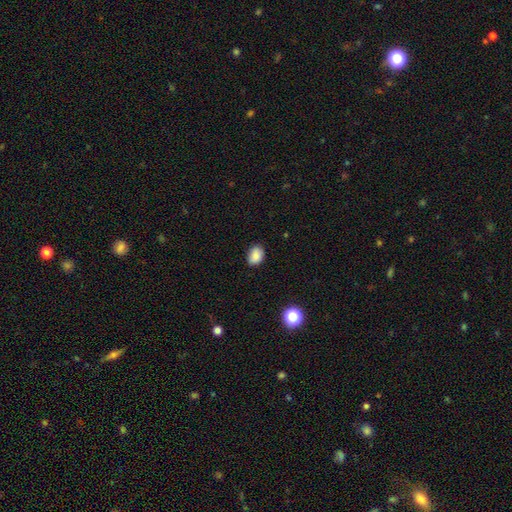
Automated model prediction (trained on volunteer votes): smooth 86%, star or artifact 9%, featured or disk 4%. Down the decision tree: how rounded — in between (74%); merging — none (80%).